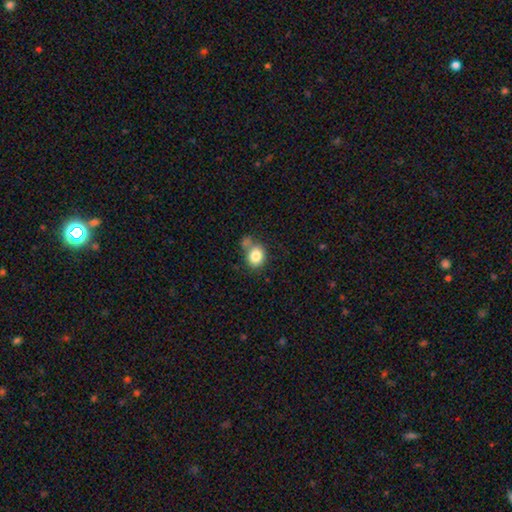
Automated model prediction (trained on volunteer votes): Smooth or featured? smooth (83%)
How rounded? round (61%)
Merging? none (52%)